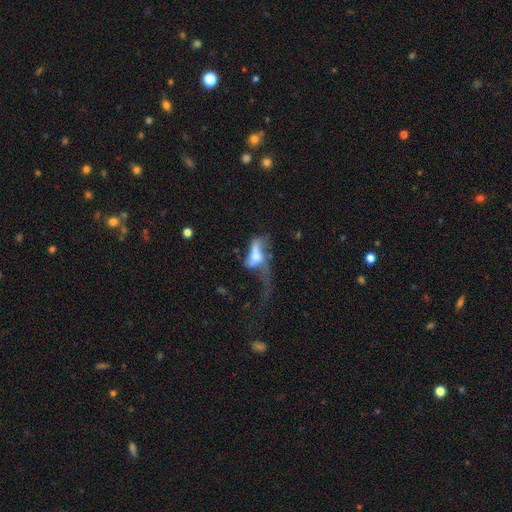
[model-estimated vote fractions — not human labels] featured or disk 50%, smooth 41%, star or artifact 10%. Down the decision tree: merging — major disturbance (60%).